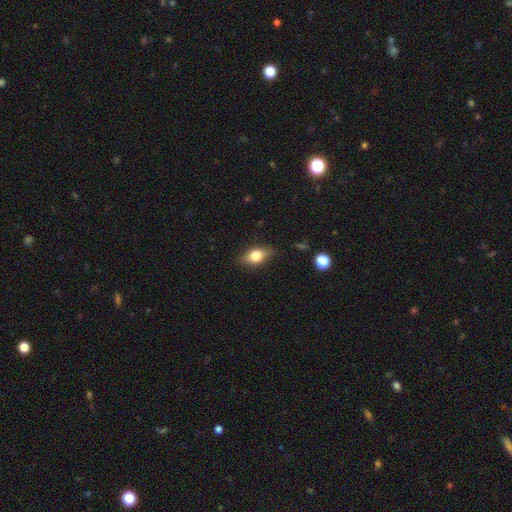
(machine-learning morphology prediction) Smooth or featured: smooth — 68% (featured or disk — 23%)
How rounded: in between — 77% (round — 15%)
Merging: none — 80% (minor disturbance — 15%)